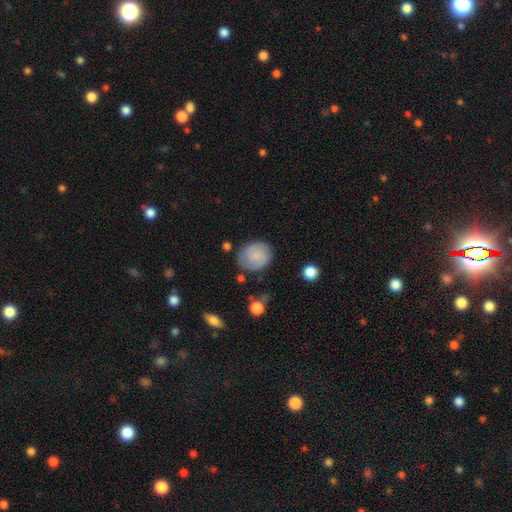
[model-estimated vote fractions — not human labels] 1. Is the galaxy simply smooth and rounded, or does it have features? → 51% smooth, 41% featured or disk, 8% star or artifact.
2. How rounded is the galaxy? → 69% round, 30% in between, 1% cigar-shaped.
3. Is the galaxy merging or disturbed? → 75% none, 17% minor disturbance, 5% major disturbance, 3% merger.